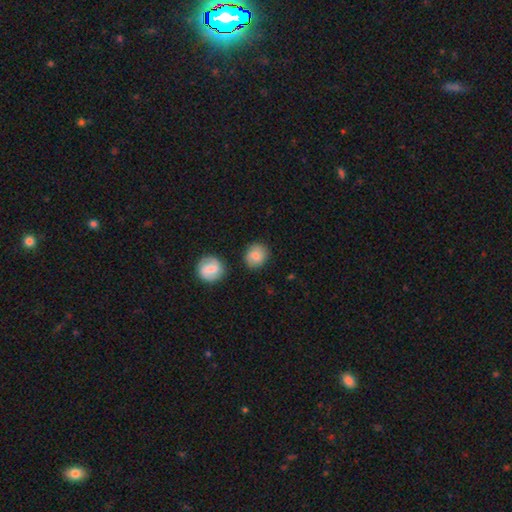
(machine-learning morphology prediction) This appears to be a smooth galaxy with no disk features (78%) that is round (80%). Merging: none (79%).